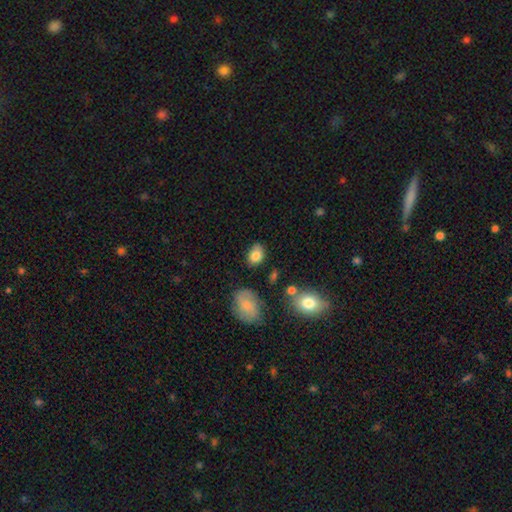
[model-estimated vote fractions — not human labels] Smooth or featured? smooth (81%)
How rounded? in between (71%)
Merging? none (72%)